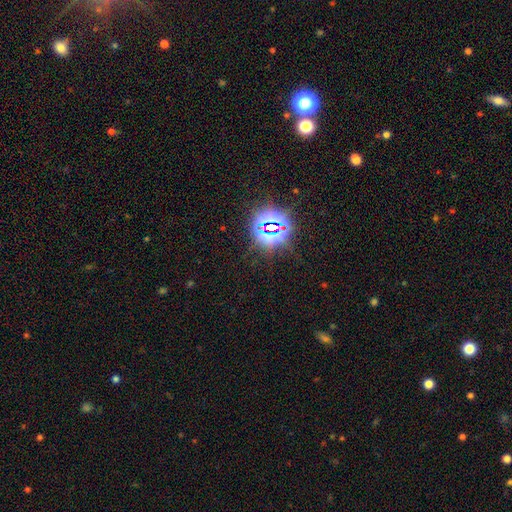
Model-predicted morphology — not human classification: This is likely a star or artifact rather than a galaxy (79%).